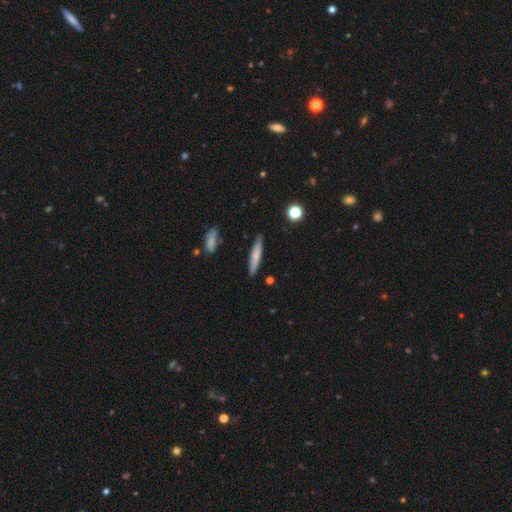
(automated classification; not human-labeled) Morphology: type=smooth (68%); roundness=cigar-shaped (89%); merging=none (86%).